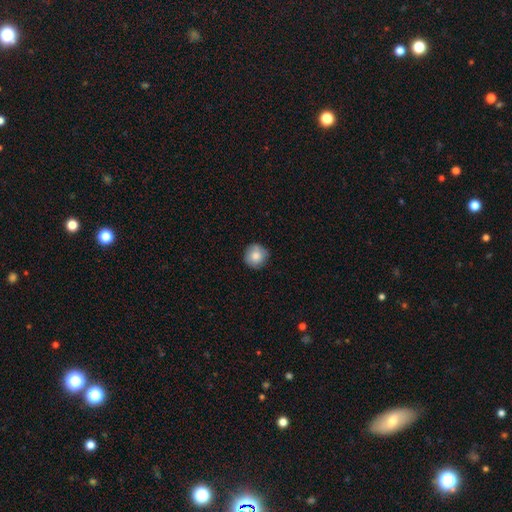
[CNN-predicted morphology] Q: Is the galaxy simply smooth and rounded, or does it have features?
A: smooth — 81%.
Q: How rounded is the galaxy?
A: round — 94%.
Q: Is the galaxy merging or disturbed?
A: none — 86%.